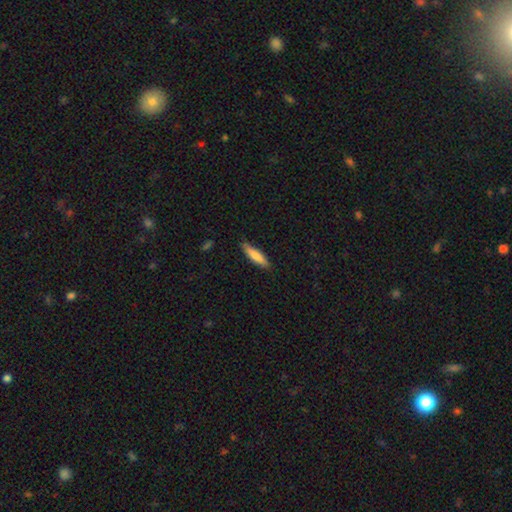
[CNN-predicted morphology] Smooth or featured? Predicted: smooth (p=0.77). How rounded? Predicted: cigar-shaped (p=0.75). Merging? Predicted: none (p=0.83).